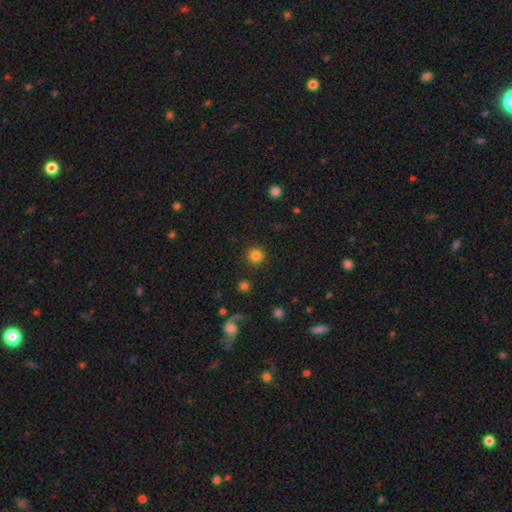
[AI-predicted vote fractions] A smooth galaxy with no disk features (82%) that is round (94%).

Vote fractions:
- Smooth or featured? smooth: 82% / star or artifact: 12% / featured or disk: 6%
- How rounded? round: 94% / in between: 5% / cigar-shaped: 1%
- Merging? none: 90% / minor disturbance: 5% / major disturbance: 3% / merger: 2%